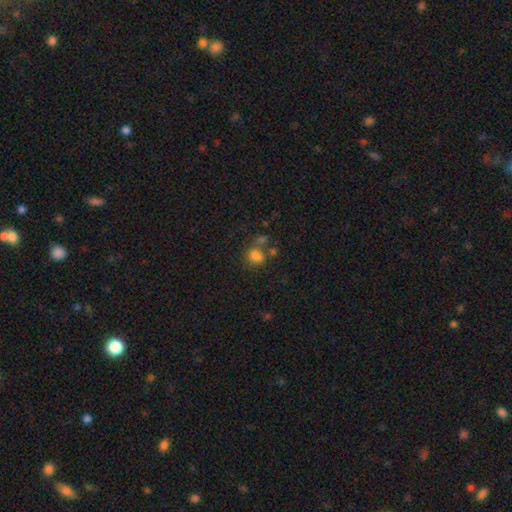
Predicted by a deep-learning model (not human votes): Overall: smooth (78%). How rounded: round (49%, tied with in between). Merging: none (49%; merger 28%).